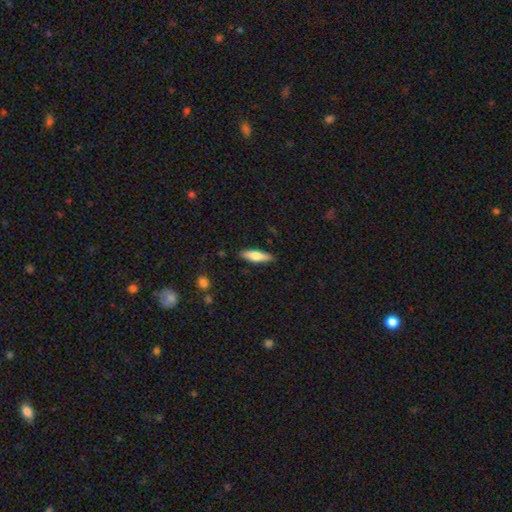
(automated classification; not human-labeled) Smooth or featured: smooth — 67% (featured or disk — 27%)
How rounded: cigar-shaped — 62% (in between — 37%)
Merging: none — 88% (minor disturbance — 9%)